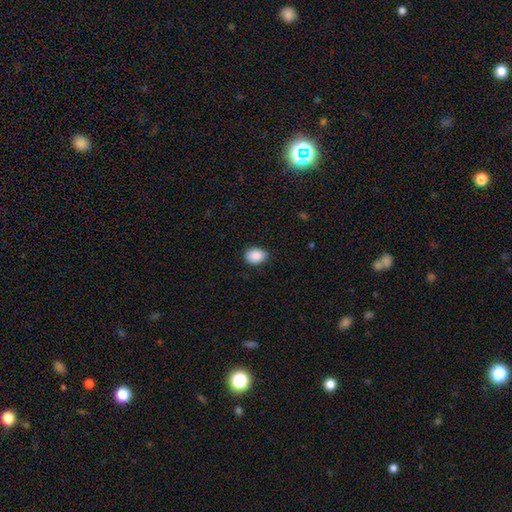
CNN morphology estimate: Overall: smooth (89%). How rounded: in between (74%). Merging: none (84%).